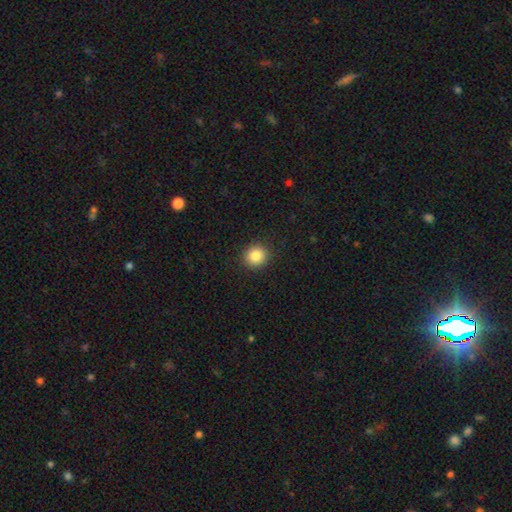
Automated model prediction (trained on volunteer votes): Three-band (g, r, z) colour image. It shows a smooth galaxy with no disk features (85%) that is round (89%). Merging: none (91%).